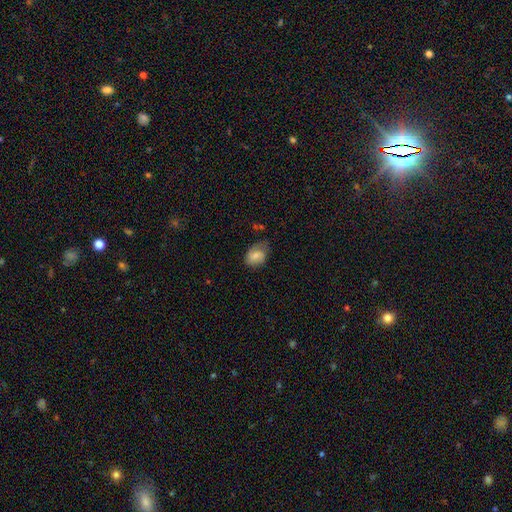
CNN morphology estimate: Overall: smooth (71%). How rounded: in between (79%). Merging: none (51%; minor disturbance 33%).